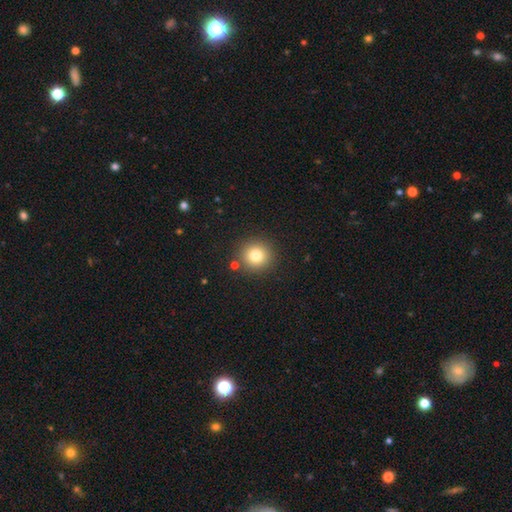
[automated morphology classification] smooth_or_featured: smooth (p=0.80) [alt: star or artifact p=0.12]
how_rounded: round (p=0.93) [alt: in between p=0.06]
merging: none (p=0.88) [alt: minor disturbance p=0.06]